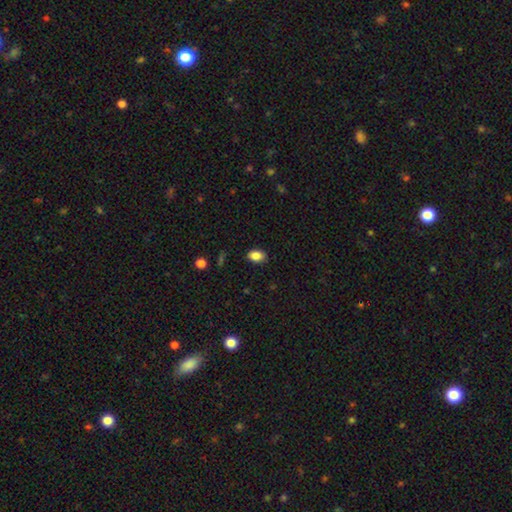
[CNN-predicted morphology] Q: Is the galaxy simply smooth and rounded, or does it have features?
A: smooth — 86%.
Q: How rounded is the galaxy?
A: in between — 83%.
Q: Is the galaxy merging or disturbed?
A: none — 86%.